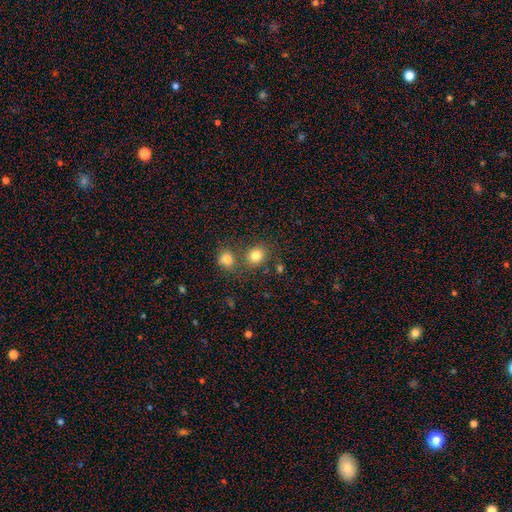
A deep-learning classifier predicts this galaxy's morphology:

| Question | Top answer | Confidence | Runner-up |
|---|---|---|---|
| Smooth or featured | smooth | 81% | star or artifact (12%) |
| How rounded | round | 66% | in between (33%) |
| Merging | none | 65% | merger (22%) |